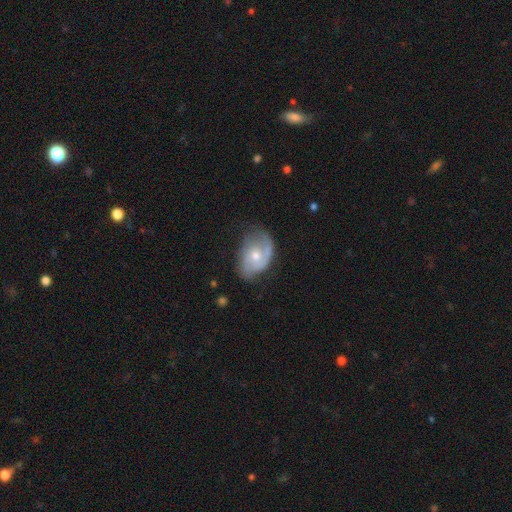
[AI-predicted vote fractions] Overall: featured or disk (71%). Edge-on disk: no (96%). Bar: no (70%). Spiral arms: yes (88%). Spiral arm count: 2 (57%; can't tell 18%). Spiral winding: medium (43%; tight 36%). Bulge size: moderate (57%; small 38%). Merging: none (58%; minor disturbance 28%).